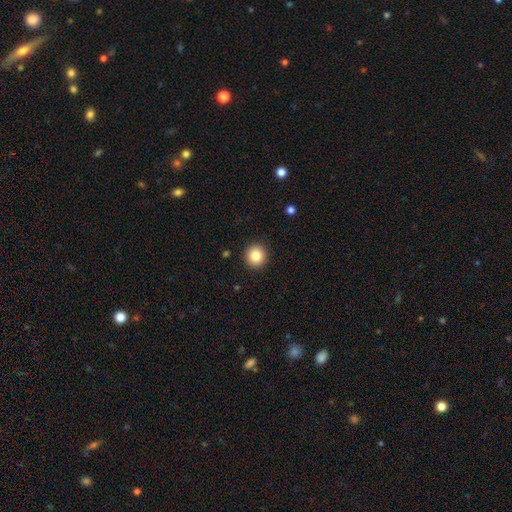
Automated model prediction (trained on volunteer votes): Smooth or featured? Predicted: smooth (p=0.84). How rounded? Predicted: round (p=0.92). Merging? Predicted: none (p=0.92).